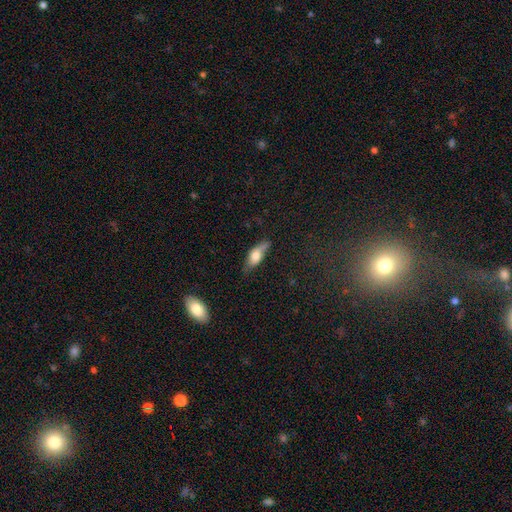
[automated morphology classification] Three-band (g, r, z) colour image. It shows a smooth galaxy with no disk features (66%) that is in between round and cigar-shaped (72%). Merging: none (56%).